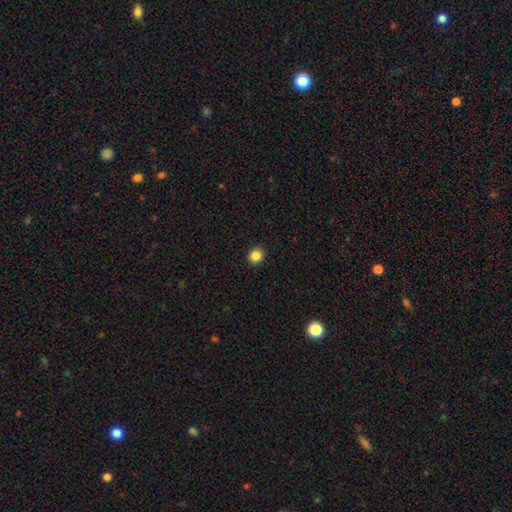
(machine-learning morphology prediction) Smooth or featured?
  - smooth: 85% *
  - star or artifact: 11%
  - featured or disk: 4%
How rounded?
  - round: 85% *
  - in between: 14%
  - cigar-shaped: 1%
Merging?
  - none: 93% *
  - minor disturbance: 5%
  - major disturbance: 2%
  - merger: 1%